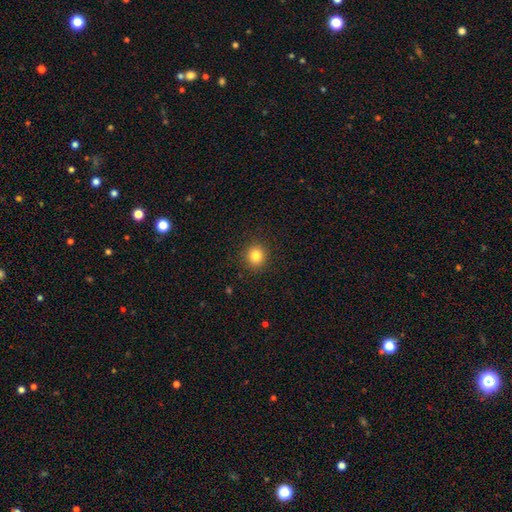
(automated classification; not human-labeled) Smooth or featured? smooth (84%)
How rounded? round (89%)
Merging? none (91%)